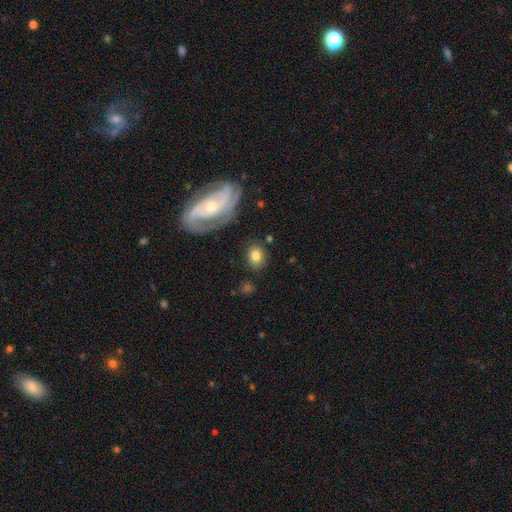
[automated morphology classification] Smooth or featured? smooth (74%)
How rounded? in between (55%)
Merging? none (82%)